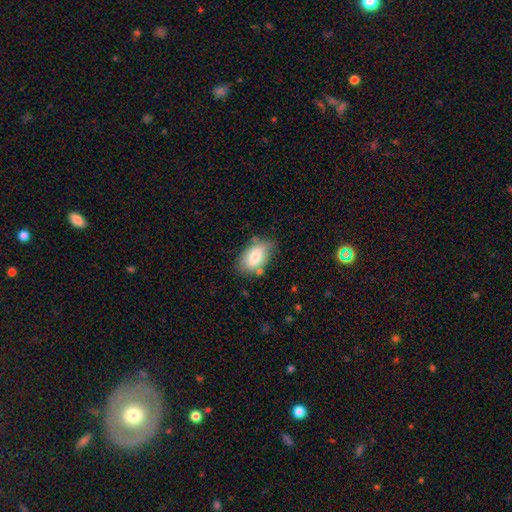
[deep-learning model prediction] Overall: smooth (80%). How rounded: in between (91%). Merging: none (70%).